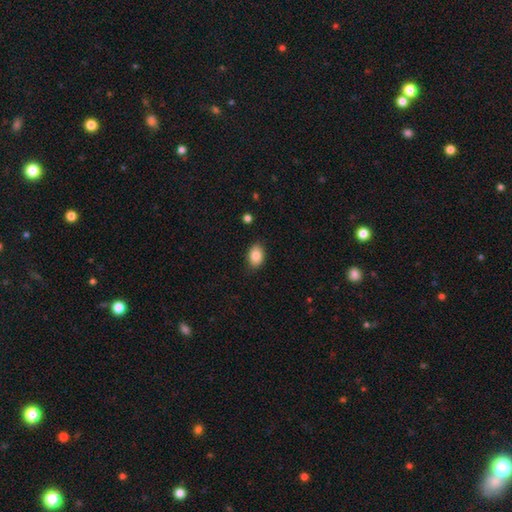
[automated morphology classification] The model was most divided on "how rounded": in between: 84%, round: 15%, cigar-shaped: 1%. More confident: merging — none (86%); smooth or featured — smooth (85%).